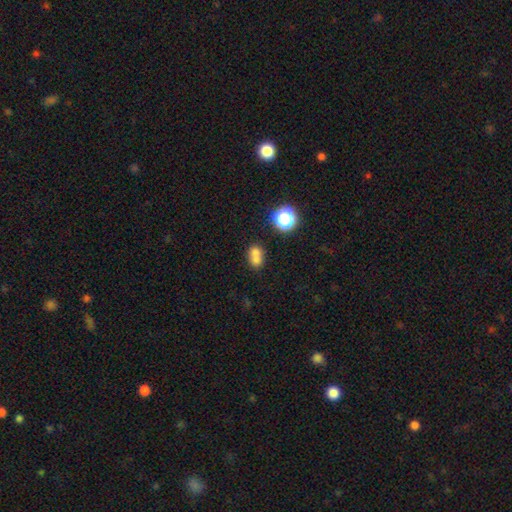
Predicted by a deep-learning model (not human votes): Smooth or featured? smooth (72%)
How rounded? in between (57%)
Merging? merger (42%)